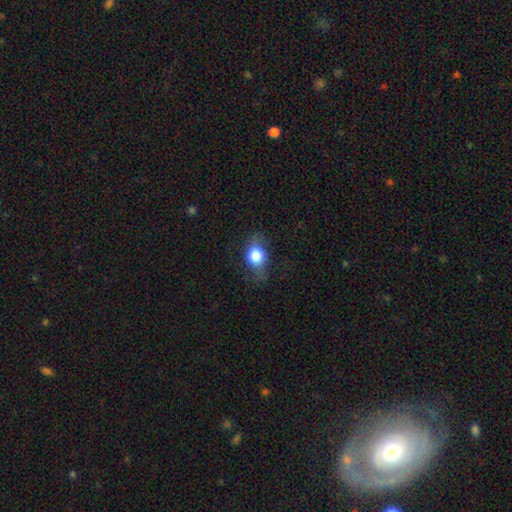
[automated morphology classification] A smooth galaxy with no disk features (73%) that is in between round and cigar-shaped (56%).

Vote fractions:
- Smooth or featured? smooth: 73% / featured or disk: 17% / star or artifact: 9%
- How rounded? in between: 56% / round: 41% / cigar-shaped: 3%
- Merging? none: 64% / minor disturbance: 24% / major disturbance: 11% / merger: 1%